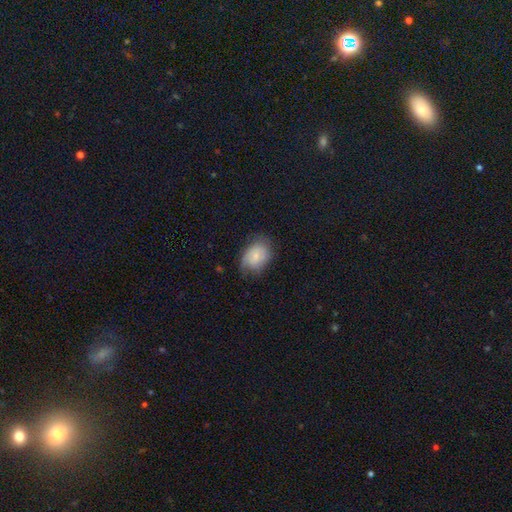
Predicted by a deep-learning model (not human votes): Smooth or featured?
  - smooth: 69% *
  - featured or disk: 23%
  - star or artifact: 8%
How rounded?
  - in between: 75% *
  - round: 24%
  - cigar-shaped: 1%
Merging?
  - none: 60% *
  - minor disturbance: 28%
  - major disturbance: 10%
  - merger: 1%